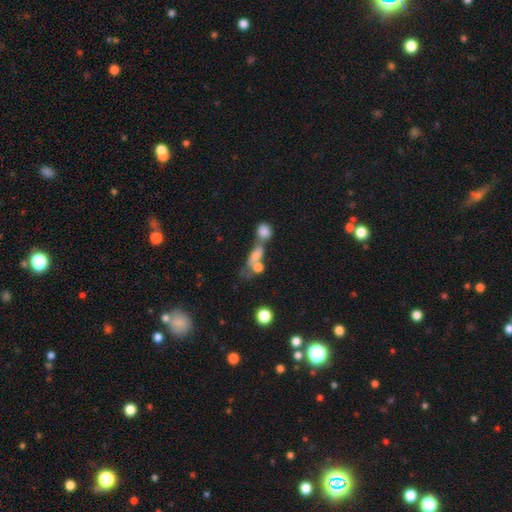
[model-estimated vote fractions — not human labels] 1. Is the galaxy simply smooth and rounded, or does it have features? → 55% smooth, 27% featured or disk, 18% star or artifact.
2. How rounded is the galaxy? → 52% in between, 29% round, 19% cigar-shaped.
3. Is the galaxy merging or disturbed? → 54% merger, 23% none, 12% major disturbance, 11% minor disturbance.